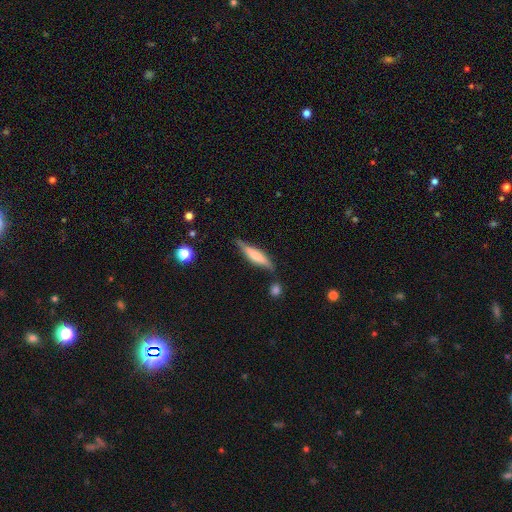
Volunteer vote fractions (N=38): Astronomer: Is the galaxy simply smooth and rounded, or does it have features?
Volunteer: featured or disk — 53% (runner-up: smooth, 42%).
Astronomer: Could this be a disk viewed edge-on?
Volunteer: yes — 95%.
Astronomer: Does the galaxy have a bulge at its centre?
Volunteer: rounded — 47% (runner-up: boxy, 37%).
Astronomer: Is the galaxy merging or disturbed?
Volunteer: none — 56%.